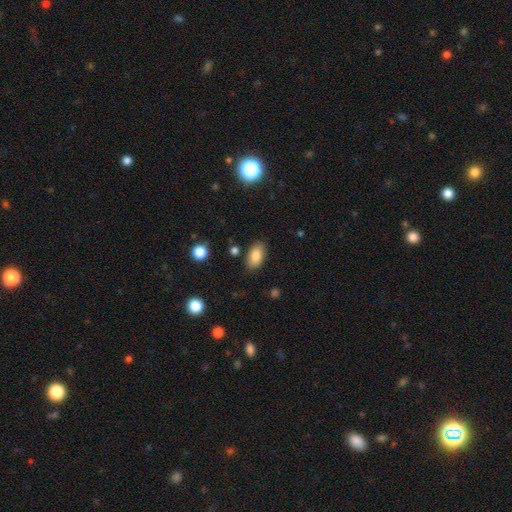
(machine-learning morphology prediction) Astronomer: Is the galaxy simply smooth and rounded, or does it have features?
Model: smooth — 85%.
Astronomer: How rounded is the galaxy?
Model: in between — 92%.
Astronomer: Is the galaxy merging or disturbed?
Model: none — 83%.